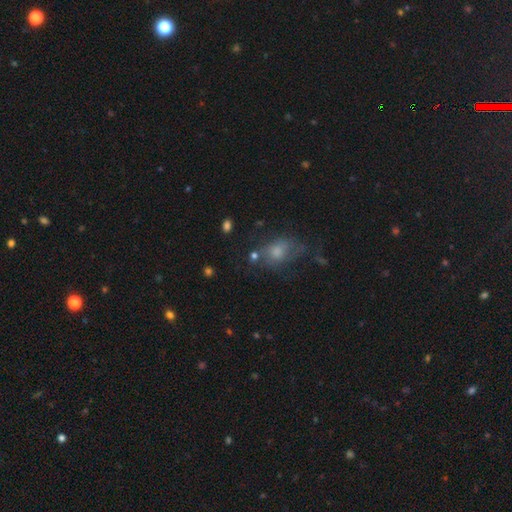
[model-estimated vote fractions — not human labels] smooth_or_featured: smooth (p=0.52) [alt: featured or disk p=0.25]
how_rounded: in between (p=0.65) [alt: round p=0.32]
merging: none (p=0.55) [alt: minor disturbance p=0.24]